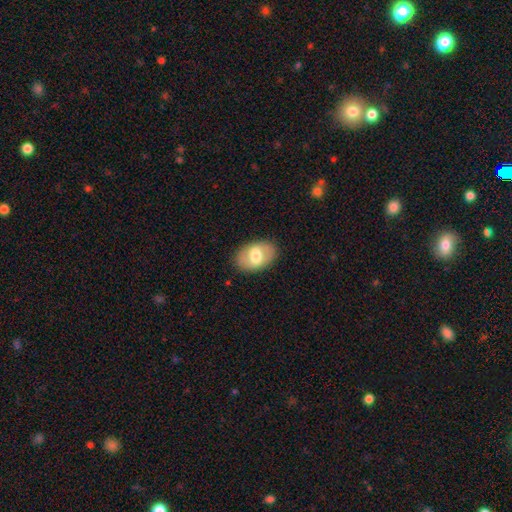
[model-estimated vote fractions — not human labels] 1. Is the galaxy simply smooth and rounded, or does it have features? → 59% smooth, 34% featured or disk, 6% star or artifact.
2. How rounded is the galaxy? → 86% in between, 12% round, 1% cigar-shaped.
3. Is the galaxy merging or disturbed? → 85% none, 10% minor disturbance, 3% major disturbance, 1% merger.